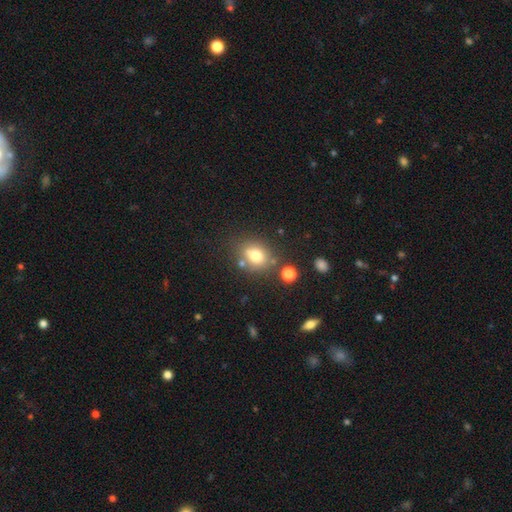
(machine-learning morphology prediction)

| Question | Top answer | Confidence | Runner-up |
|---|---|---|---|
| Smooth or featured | smooth | 74% | star or artifact (13%) |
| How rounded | round | 60% | in between (39%) |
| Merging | none | 66% | minor disturbance (15%) |